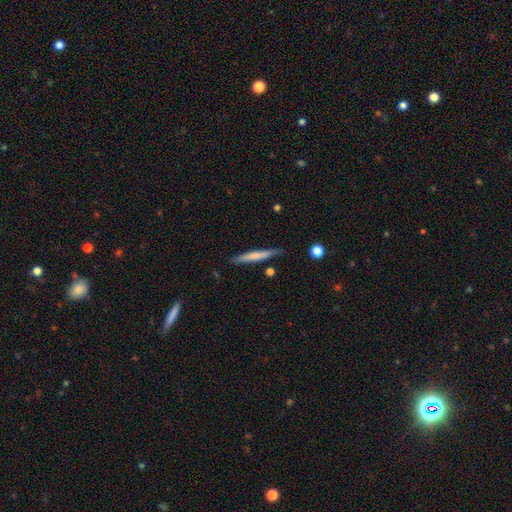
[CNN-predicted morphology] Smooth or featured? smooth (61%)
How rounded? cigar-shaped (95%)
Merging? none (82%)